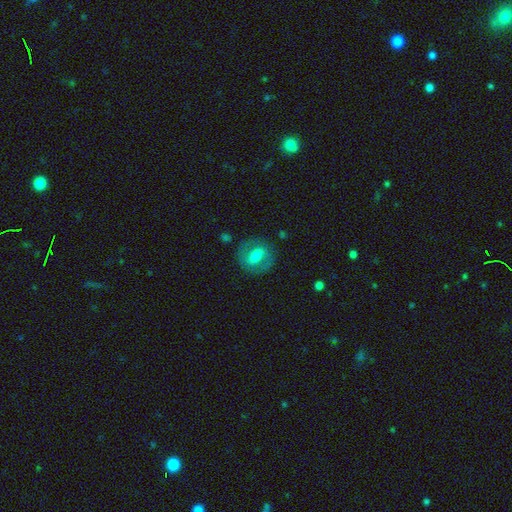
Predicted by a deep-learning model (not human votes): Overall: featured or disk (48%; smooth 45%). Merging: none (79%).